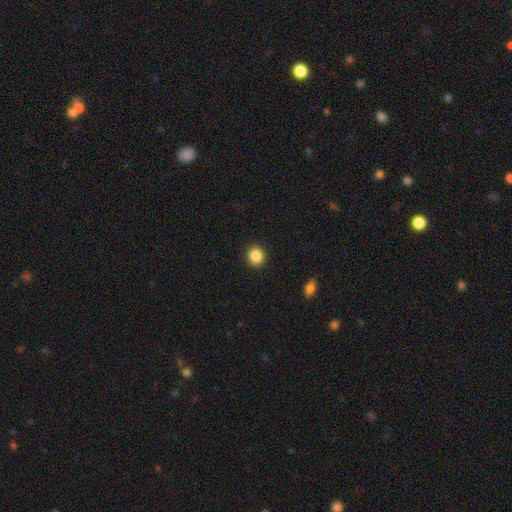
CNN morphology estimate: The model was most divided on "how rounded": round: 83%, in between: 16%, cigar-shaped: 1%. More confident: merging — none (92%); smooth or featured — smooth (87%).